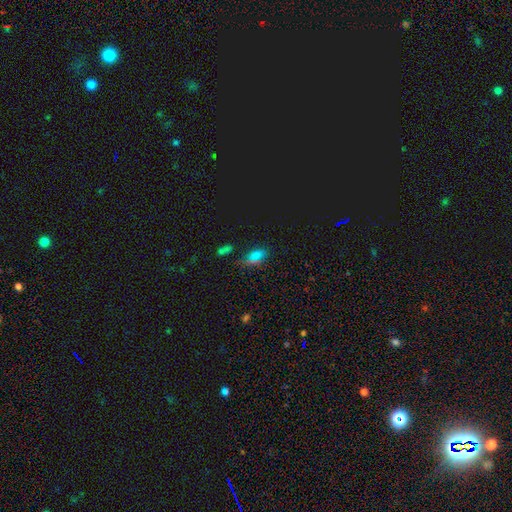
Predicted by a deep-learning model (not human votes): Smooth or featured: smooth — 50% (star or artifact — 42%)
Merging: none — 63% (minor disturbance — 19%)